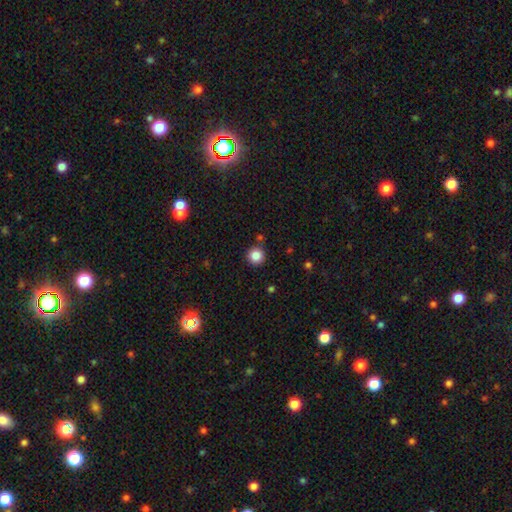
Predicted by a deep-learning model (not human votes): This appears to be a smooth galaxy with no disk features (85%) that is round (95%). Merging: none (87%).